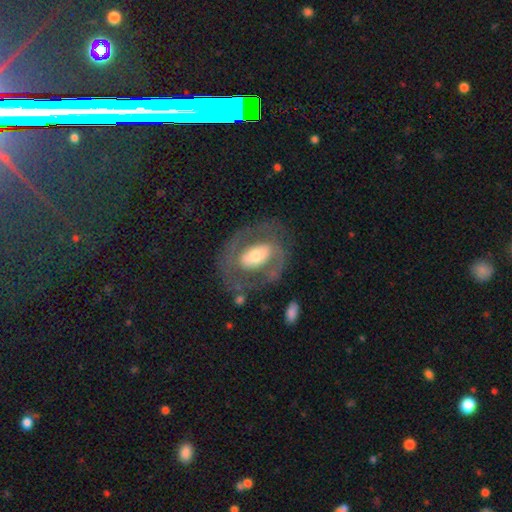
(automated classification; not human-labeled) The model was most divided on "bar": no: 38%, strong: 31%, weak: 31%. More confident: edge-on disk — no (94%); smooth or featured — featured or disk (67%); merging — none (66%); spiral arms — no (54%); bulge size — moderate (51%).